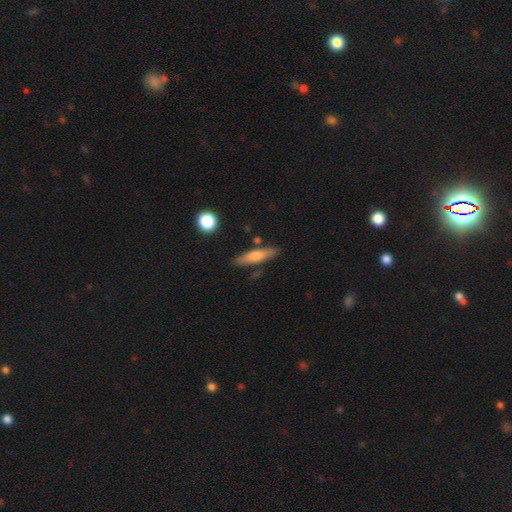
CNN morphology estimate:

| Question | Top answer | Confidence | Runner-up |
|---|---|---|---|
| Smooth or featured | smooth | 56% | featured or disk (37%) |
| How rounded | cigar-shaped | 80% | in between (17%) |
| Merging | none | 83% | minor disturbance (11%) |